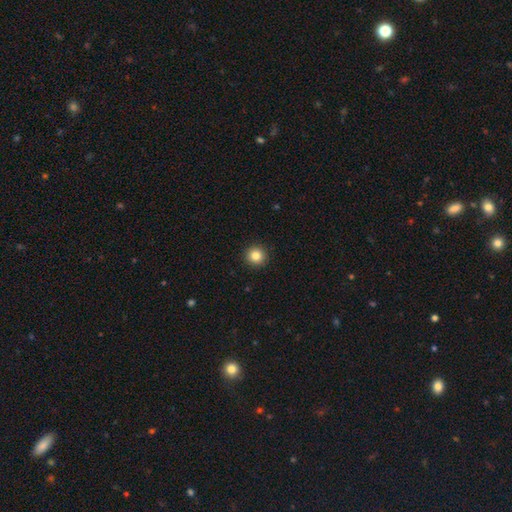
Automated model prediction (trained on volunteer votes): Q: Smooth or featured?
A: smooth (85%); runner-up: star or artifact (10%)
Q: How rounded?
A: round (95%); runner-up: in between (4%)
Q: Merging?
A: none (93%); runner-up: minor disturbance (4%)